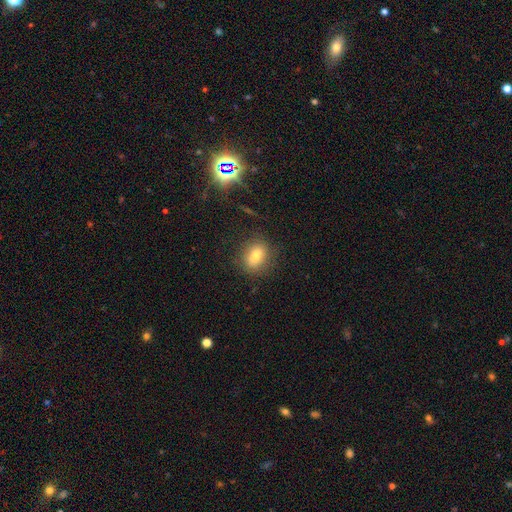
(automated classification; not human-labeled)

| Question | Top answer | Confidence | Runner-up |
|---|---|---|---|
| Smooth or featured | smooth | 74% | featured or disk (14%) |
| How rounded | in between | 51% | round (48%) |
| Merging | none | 83% | minor disturbance (12%) |